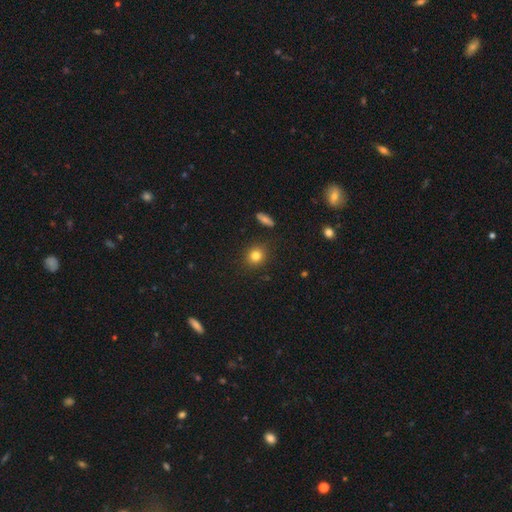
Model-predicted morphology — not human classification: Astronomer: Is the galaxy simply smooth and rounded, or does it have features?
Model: smooth — 82%.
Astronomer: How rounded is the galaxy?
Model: round — 81%.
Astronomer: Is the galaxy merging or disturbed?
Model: none — 88%.